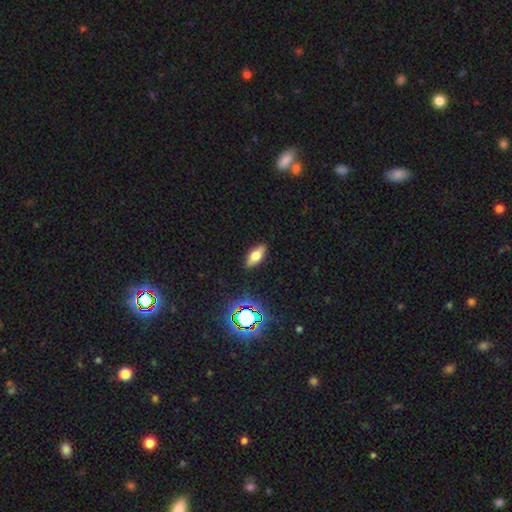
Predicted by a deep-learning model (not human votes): Smooth or featured?
  - smooth: 65% *
  - featured or disk: 22%
  - star or artifact: 13%
How rounded?
  - in between: 82% *
  - cigar-shaped: 14%
  - round: 4%
Merging?
  - none: 87% *
  - minor disturbance: 10%
  - major disturbance: 2%
  - merger: 1%